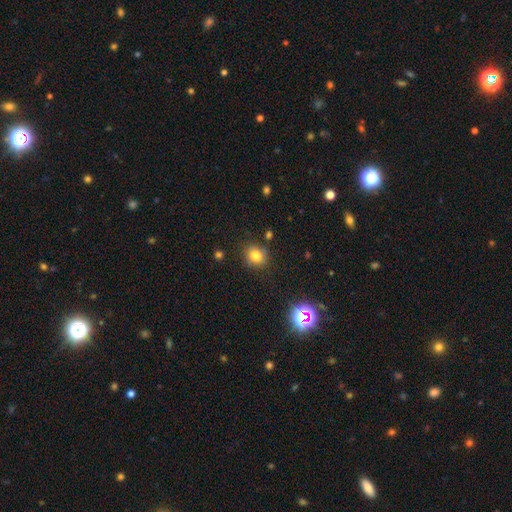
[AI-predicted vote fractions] Smooth or featured: smooth — 79% (star or artifact — 13%)
How rounded: round — 77% (in between — 22%)
Merging: none — 82% (minor disturbance — 12%)